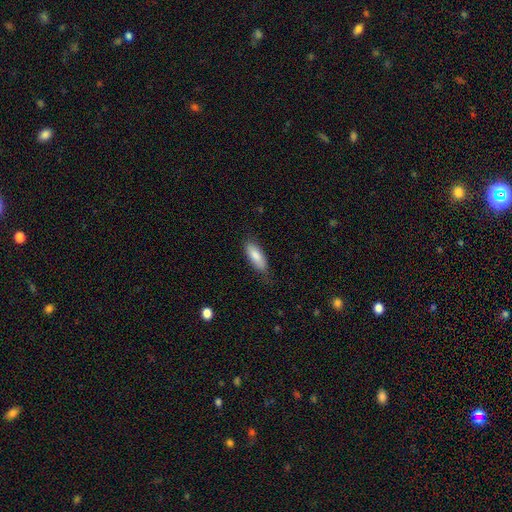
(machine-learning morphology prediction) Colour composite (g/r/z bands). It shows a smooth galaxy with no disk features (83%) that is in between round and cigar-shaped (71%). Merging: none (73%).